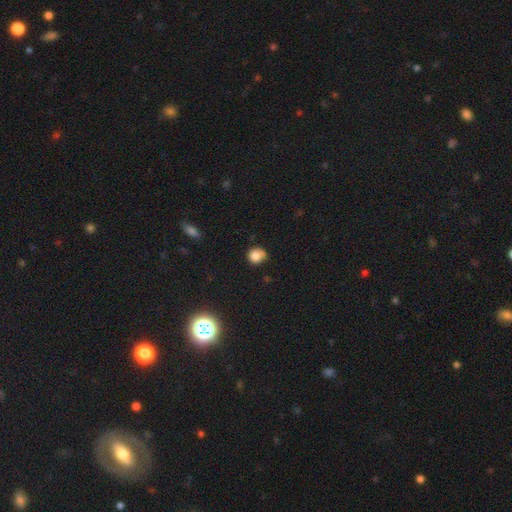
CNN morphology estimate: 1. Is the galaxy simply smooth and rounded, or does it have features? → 81% smooth, 11% star or artifact, 8% featured or disk.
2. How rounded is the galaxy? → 79% round, 20% in between, 1% cigar-shaped.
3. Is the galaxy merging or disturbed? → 58% none, 31% minor disturbance, 7% major disturbance, 4% merger.